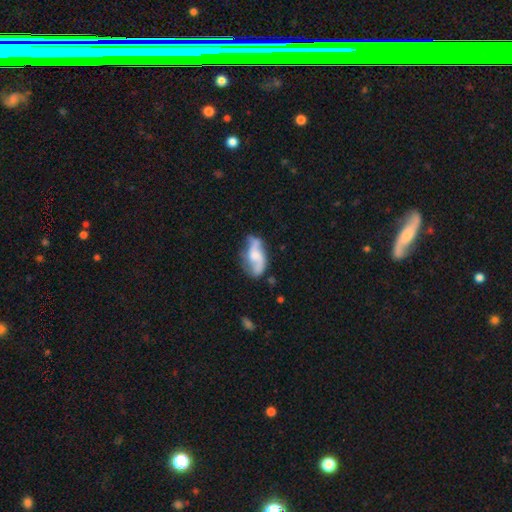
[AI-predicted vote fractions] This appears to be a featured or disk galaxy (62%) with no bar (60%), spiral arms (78%) and a moderate central bulge (31%). Merging: none (42%).